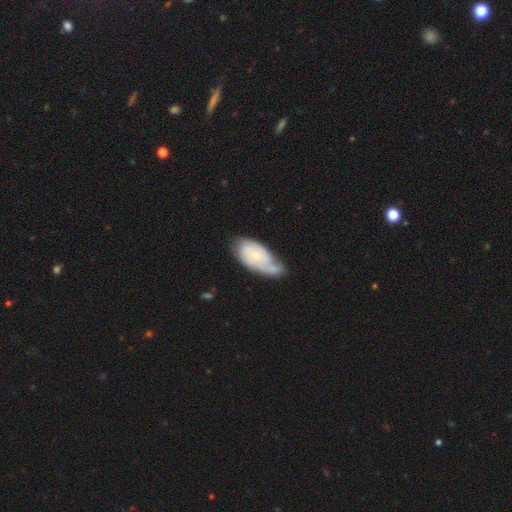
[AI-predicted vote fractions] smooth_or_featured: featured or disk (p=0.66) [alt: smooth p=0.29]
disk_edge_on: no (p=0.94) [alt: yes p=0.06]
bar: no (p=0.74) [alt: weak p=0.22]
has_spiral_arms: yes (p=0.83) [alt: no p=0.17]
spiral_winding: tight (p=0.54) [alt: medium p=0.32]
spiral_arm_count: 2 (p=0.36) [alt: can't tell p=0.28]
bulge_size: small (p=0.64) [alt: moderate p=0.31]
merging: none (p=0.44) [alt: minor disturbance p=0.33]